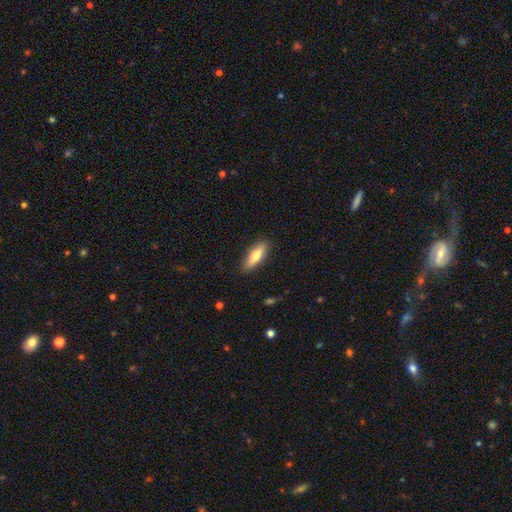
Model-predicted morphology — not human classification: type=smooth (69%); roundness=in between (51%); merging=none (87%).